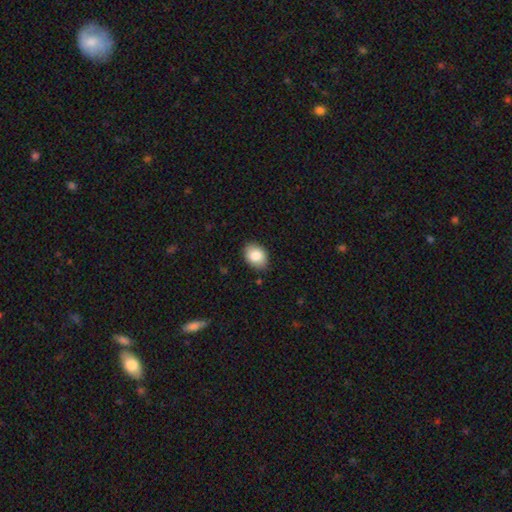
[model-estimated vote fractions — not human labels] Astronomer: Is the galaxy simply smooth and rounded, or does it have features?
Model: smooth — 84%.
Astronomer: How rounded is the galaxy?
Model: in between — 76%.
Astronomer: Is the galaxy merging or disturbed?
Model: none — 84%.